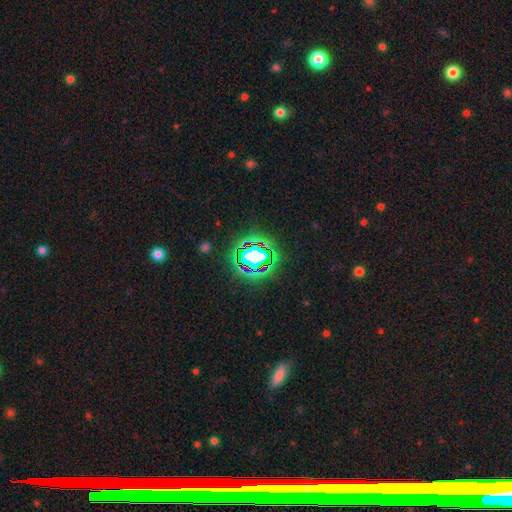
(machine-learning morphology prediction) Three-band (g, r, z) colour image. It shows a star or artifact, not a galaxy (67%).